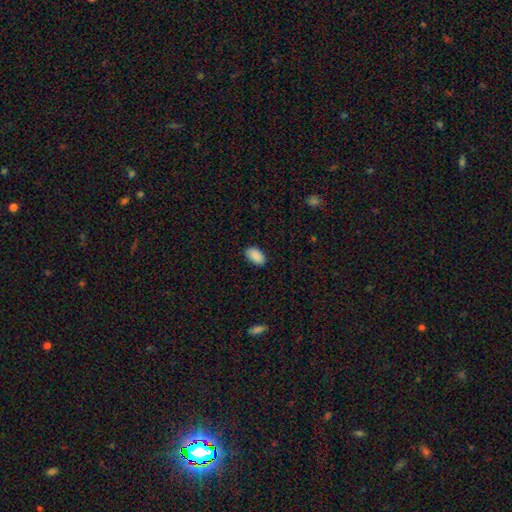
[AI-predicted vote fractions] Q: Smooth or featured?
A: smooth (90%); runner-up: star or artifact (7%)
Q: How rounded?
A: in between (94%); runner-up: round (5%)
Q: Merging?
A: none (85%); runner-up: minor disturbance (12%)